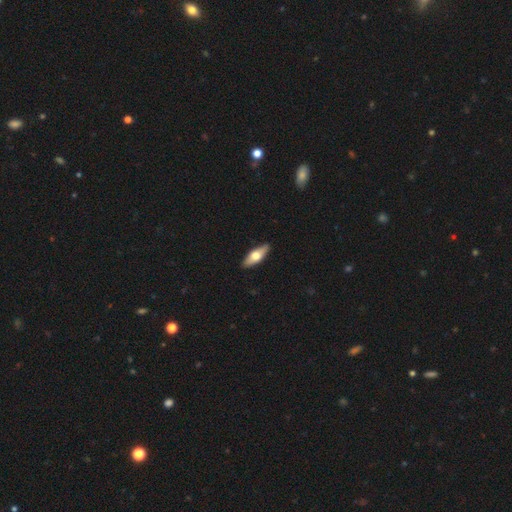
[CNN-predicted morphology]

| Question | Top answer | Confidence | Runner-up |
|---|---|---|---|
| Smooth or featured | smooth | 56% | featured or disk (39%) |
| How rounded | in between | 61% | cigar-shaped (37%) |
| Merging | none | 89% | minor disturbance (8%) |